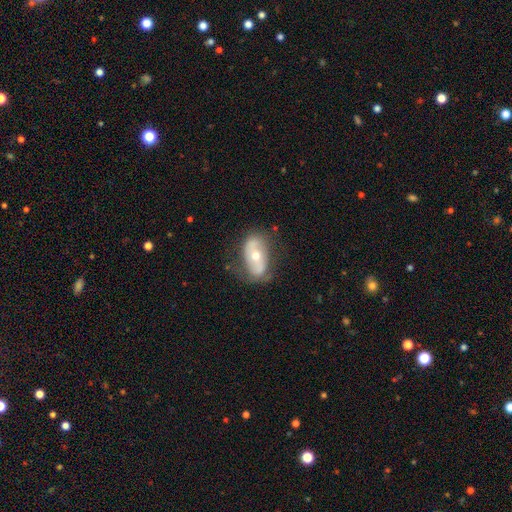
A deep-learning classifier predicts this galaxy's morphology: A featured or disk galaxy (54%).

Vote fractions:
- Smooth or featured? featured or disk: 54% / smooth: 39% / star or artifact: 7%
- Edge-on disk? no: 89% / yes: 11%
- Merging? none: 66% / minor disturbance: 23% / major disturbance: 9% / merger: 2%